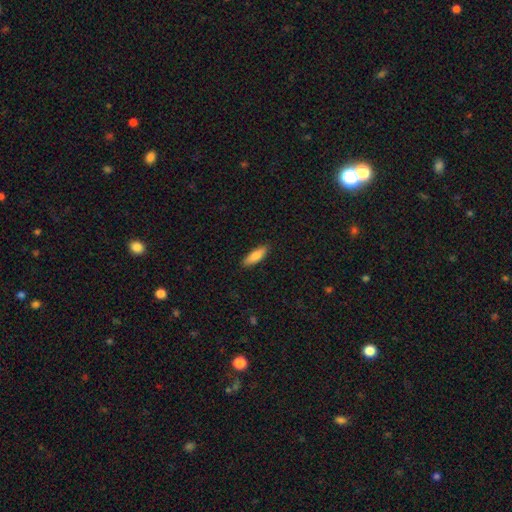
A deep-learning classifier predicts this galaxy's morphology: Smooth or featured: smooth — 80% (featured or disk — 14%)
How rounded: in between — 50% (cigar-shaped — 48%)
Merging: none — 88% (minor disturbance — 9%)